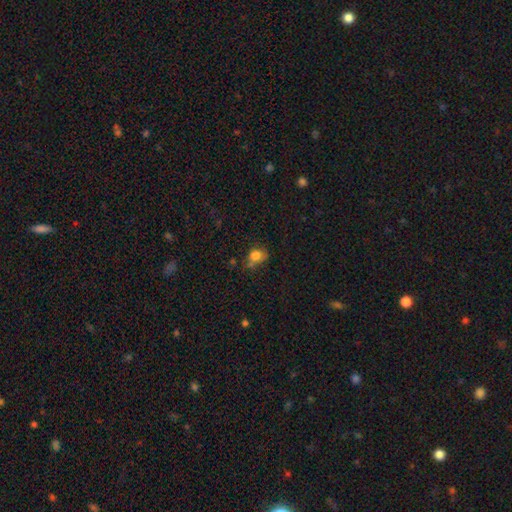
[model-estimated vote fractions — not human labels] Q: Smooth or featured?
A: smooth (79%); runner-up: star or artifact (12%)
Q: How rounded?
A: round (55%); runner-up: in between (43%)
Q: Merging?
A: none (45%); runner-up: minor disturbance (29%)